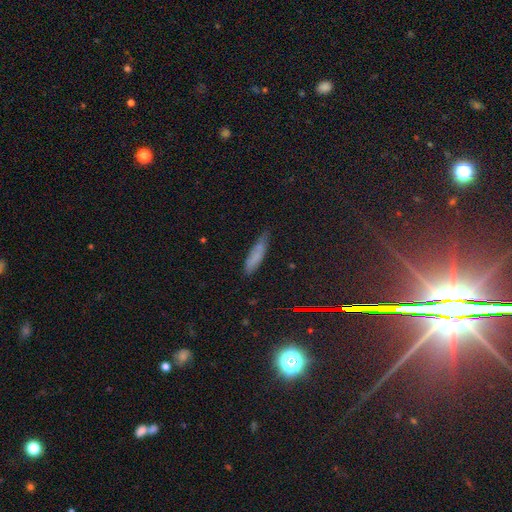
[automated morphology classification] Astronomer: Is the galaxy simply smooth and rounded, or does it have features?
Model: smooth — 69%.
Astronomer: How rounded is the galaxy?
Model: cigar-shaped — 73%.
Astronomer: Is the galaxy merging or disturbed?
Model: none — 69%.